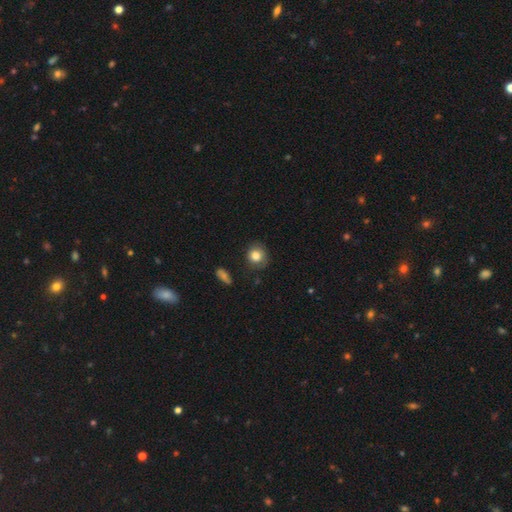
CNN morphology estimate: Smooth or featured?
  - smooth: 81% *
  - star or artifact: 9%
  - featured or disk: 9%
How rounded?
  - round: 83% *
  - in between: 16%
  - cigar-shaped: 1%
Merging?
  - none: 74% *
  - minor disturbance: 19%
  - major disturbance: 5%
  - merger: 2%